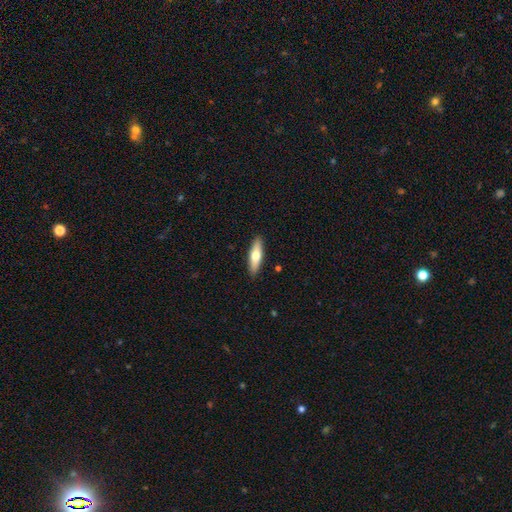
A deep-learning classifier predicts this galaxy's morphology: Smooth or featured? smooth (58%)
How rounded? cigar-shaped (61%)
Merging? none (90%)